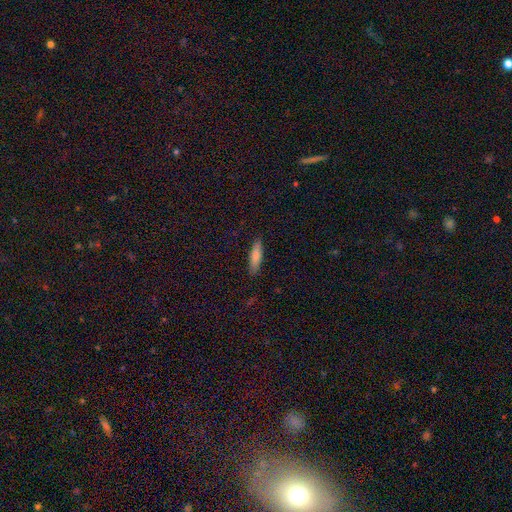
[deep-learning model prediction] A smooth galaxy with no disk features (79%) that is cigar-shaped (68%).

Vote fractions:
- Smooth or featured? smooth: 79% / featured or disk: 15% / star or artifact: 7%
- How rounded? cigar-shaped: 68% / in between: 31% / round: 2%
- Merging? none: 88% / minor disturbance: 9% / major disturbance: 2% / merger: 1%